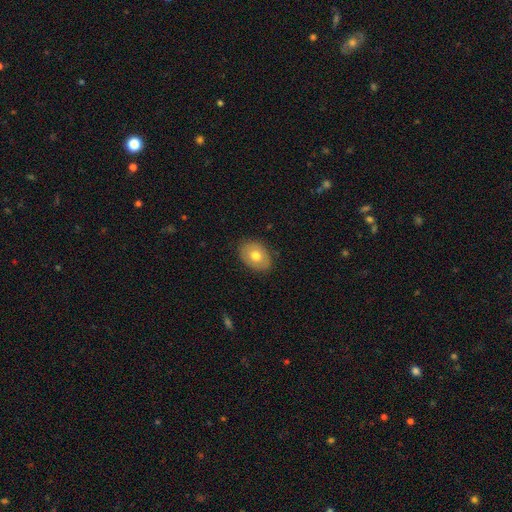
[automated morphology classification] Smooth or featured? Predicted: smooth (p=0.68). How rounded? Predicted: in between (p=0.72). Merging? Predicted: none (p=0.85).